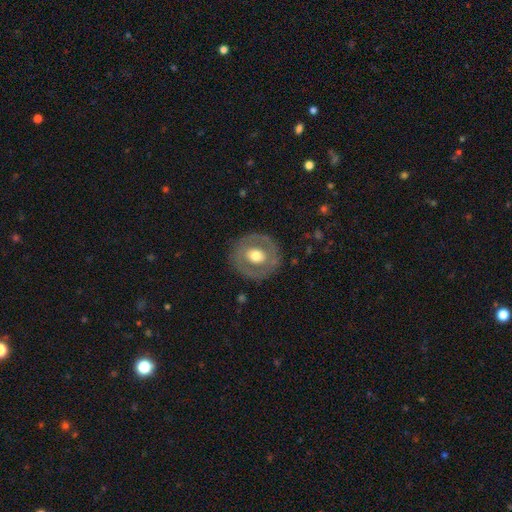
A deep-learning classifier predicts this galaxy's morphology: Smooth or featured?
  - featured or disk: 51% *
  - smooth: 43%
  - star or artifact: 6%
Edge-on disk?
  - no: 95% *
  - yes: 5%
Merging?
  - none: 83% *
  - minor disturbance: 11%
  - major disturbance: 5%
  - merger: 1%